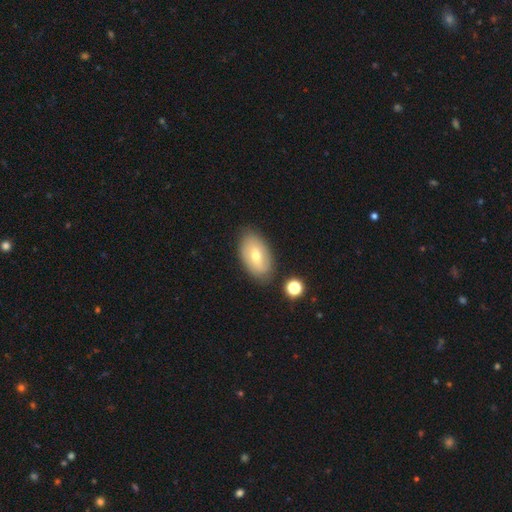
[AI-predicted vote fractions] Morphology: type=smooth (59%); roundness=in between (92%); merging=none (81%).